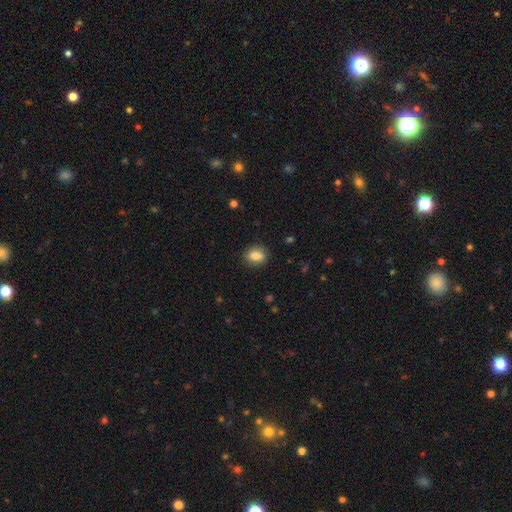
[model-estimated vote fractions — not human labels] Smooth or featured? smooth (83%)
How rounded? in between (67%)
Merging? none (84%)